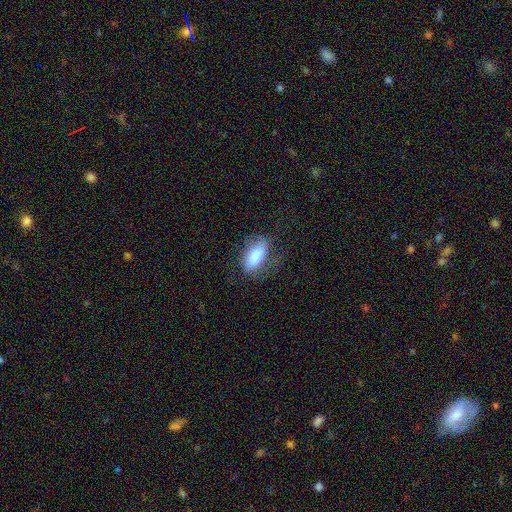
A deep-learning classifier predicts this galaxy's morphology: A smooth galaxy with no disk features (72%) that is in between round and cigar-shaped (83%).

Vote fractions:
- Smooth or featured? smooth: 72% / featured or disk: 21% / star or artifact: 7%
- How rounded? in between: 83% / cigar-shaped: 13% / round: 3%
- Merging? none: 58% / minor disturbance: 24% / major disturbance: 16% / merger: 2%